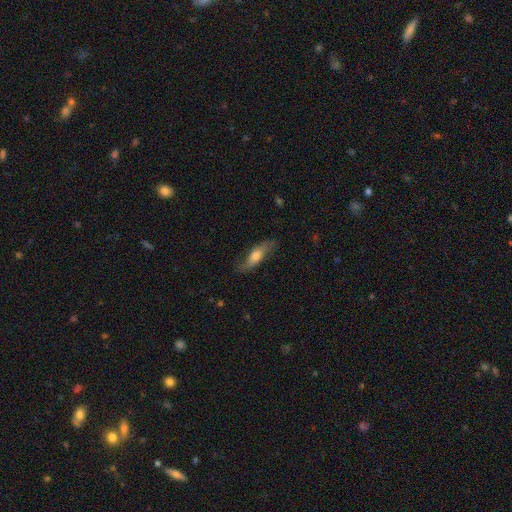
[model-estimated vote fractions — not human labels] Smooth or featured? Predicted: featured or disk (p=0.48). Merging? Predicted: none (p=0.72).